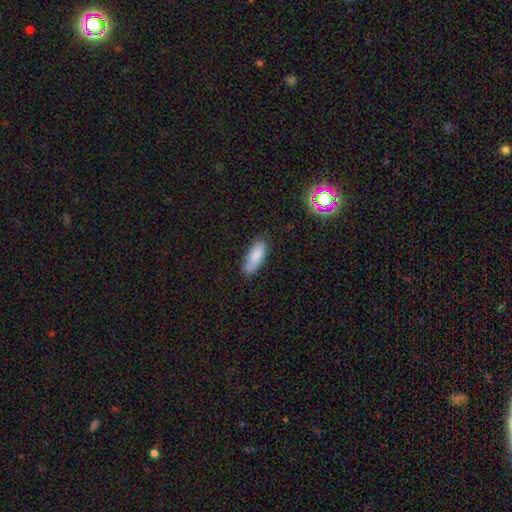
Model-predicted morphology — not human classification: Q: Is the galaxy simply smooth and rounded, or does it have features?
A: smooth — 85%.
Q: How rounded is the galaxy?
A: in between — 70%.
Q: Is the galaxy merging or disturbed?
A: none — 74%.